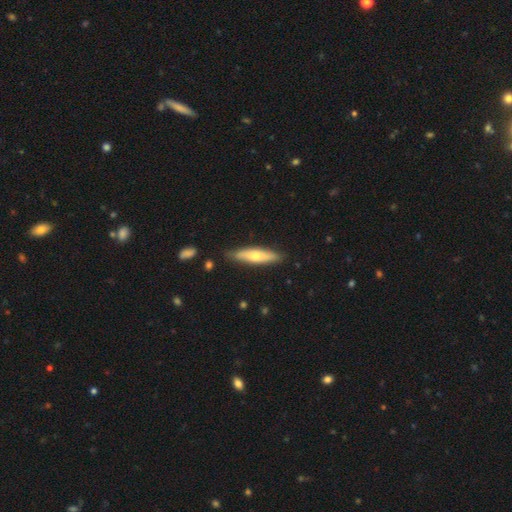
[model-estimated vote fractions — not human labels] Smooth or featured: smooth — 53% (featured or disk — 42%)
How rounded: cigar-shaped — 74% (in between — 25%)
Merging: none — 85% (minor disturbance — 12%)